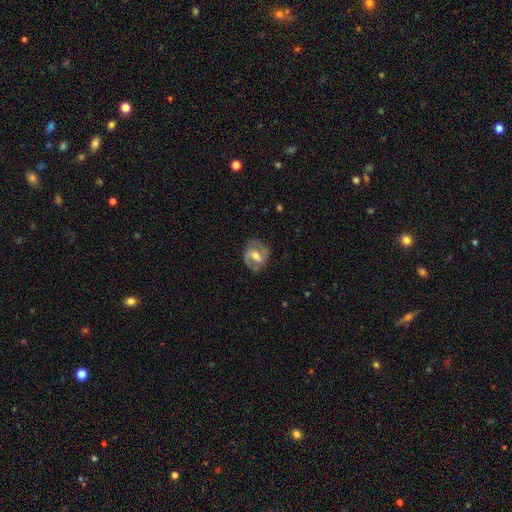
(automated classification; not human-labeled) A featured or disk galaxy (80%) with a weak bar (48%), 2 (86%) medium (51%) spiral arms (92%) and a moderate central bulge (62%). Merging: none (76%).